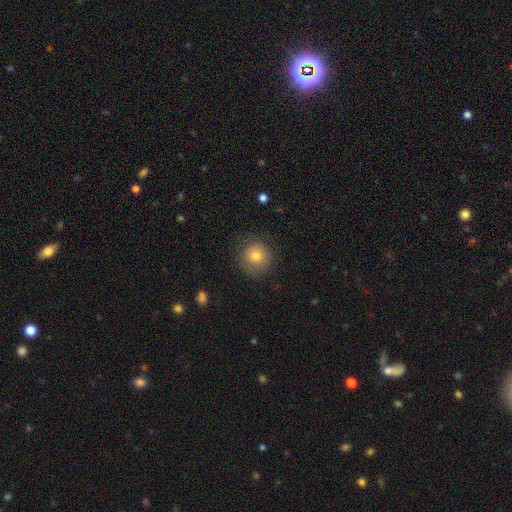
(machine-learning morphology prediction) The model was most divided on "merging": none: 81%, minor disturbance: 14%, major disturbance: 4%, merger: 1%. More confident: how rounded — round (91%); smooth or featured — smooth (79%).